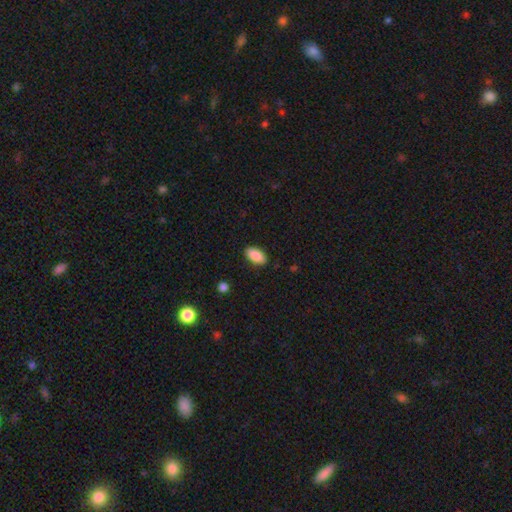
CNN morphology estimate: smooth 89%, star or artifact 7%, featured or disk 4%. Down the decision tree: how rounded — in between (93%); merging — none (89%).